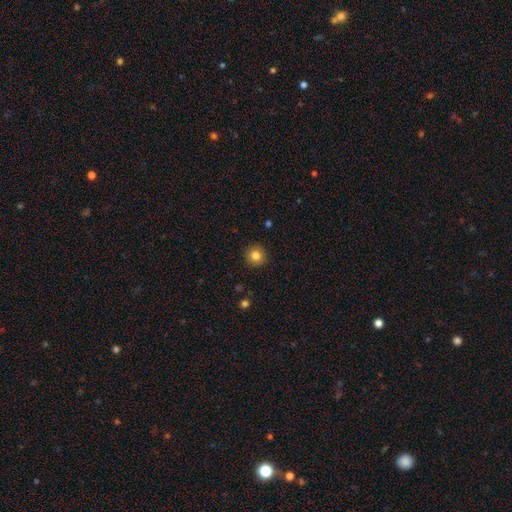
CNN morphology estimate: Smooth or featured? smooth (82%)
How rounded? round (95%)
Merging? none (92%)